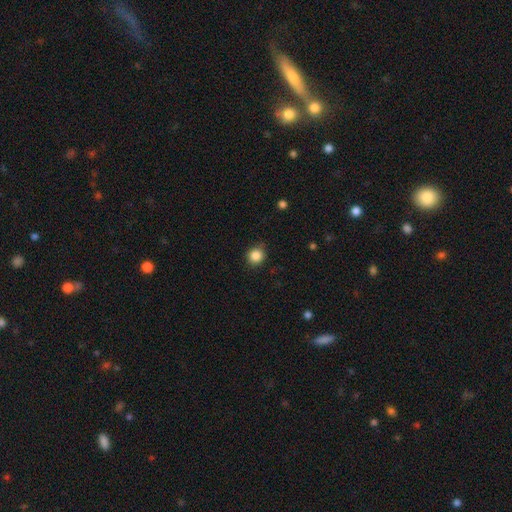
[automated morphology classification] This is clearly a smooth galaxy (86%). How rounded: clearly round (86%). Merging: clearly none (84%).